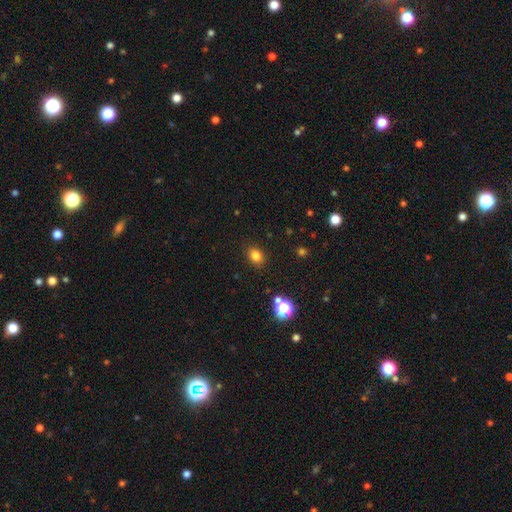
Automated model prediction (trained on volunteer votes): This is likely a smooth galaxy (80%). How rounded: possibly in between (53%). Merging: clearly none (86%).